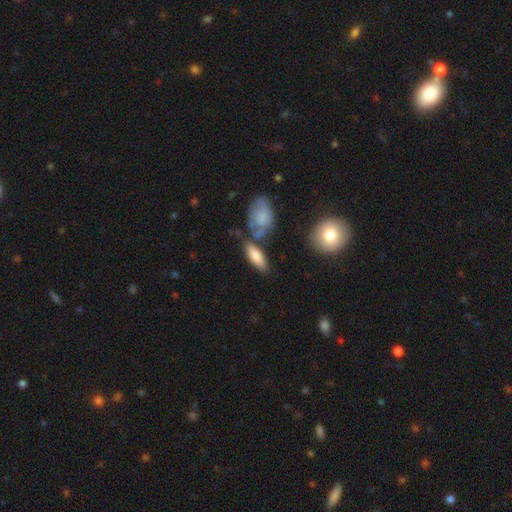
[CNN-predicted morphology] A smooth galaxy with no disk features (78%) that is in between round and cigar-shaped (71%). Merging: none (58%).